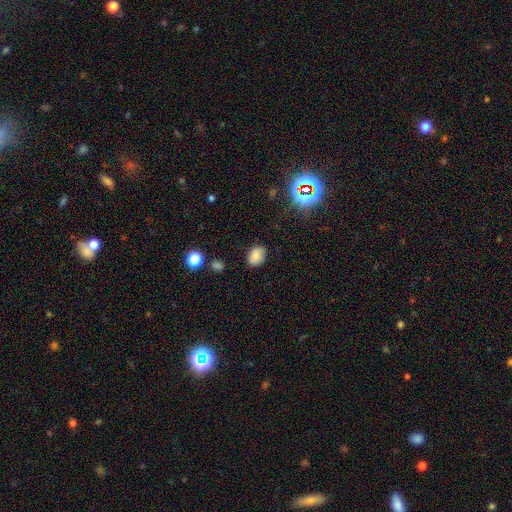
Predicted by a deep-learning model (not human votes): A smooth galaxy with no disk features (80%) that is in between round and cigar-shaped (71%). Merging: none (83%).